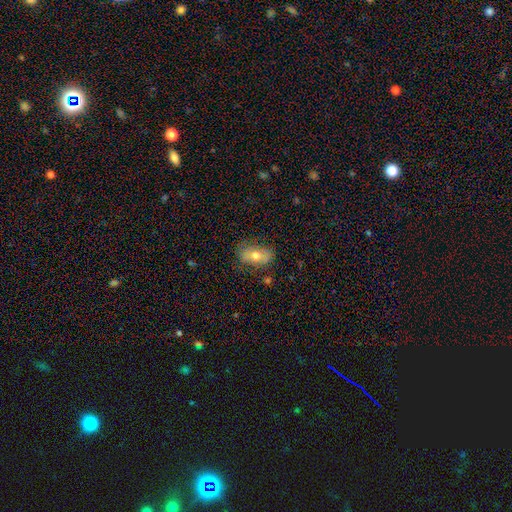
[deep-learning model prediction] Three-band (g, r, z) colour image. It shows a smooth galaxy with no disk features (63%) that is in between round and cigar-shaped (88%). Merging: none (75%).